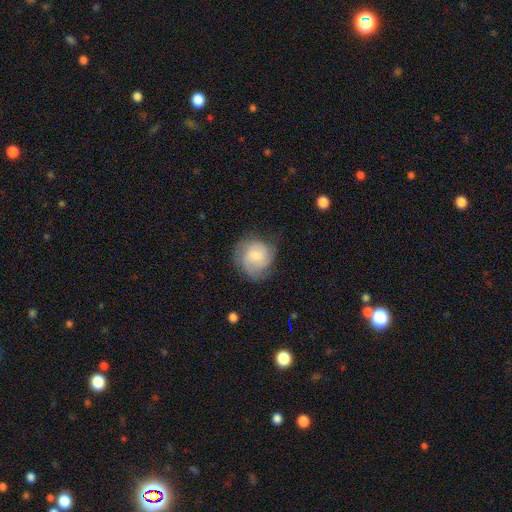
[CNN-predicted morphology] smooth_or_featured: smooth (p=0.51) [alt: featured or disk p=0.41]
how_rounded: round (p=0.84) [alt: in between p=0.15]
merging: none (p=0.62) [alt: minor disturbance p=0.25]